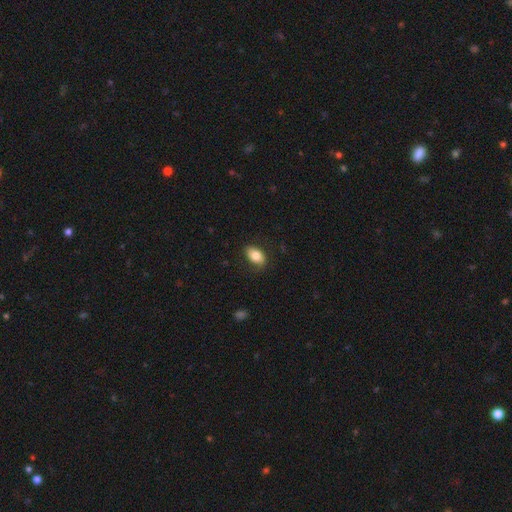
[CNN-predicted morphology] This is clearly a smooth galaxy (81%). How rounded: clearly in between (89%). Merging: likely none (80%).